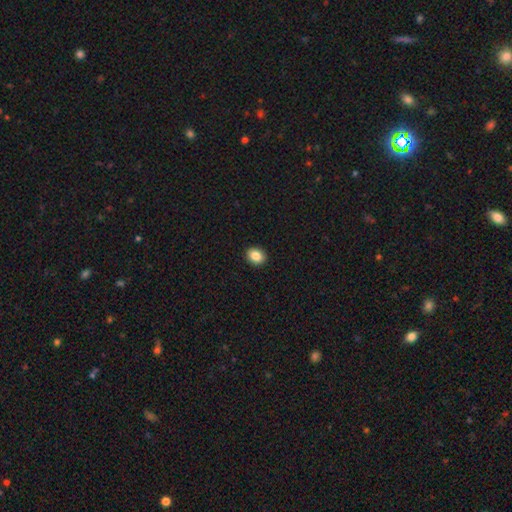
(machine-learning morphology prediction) The model was most divided on "how rounded": in between: 53%, round: 46%, cigar-shaped: 1%. More confident: merging — none (92%); smooth or featured — smooth (87%).